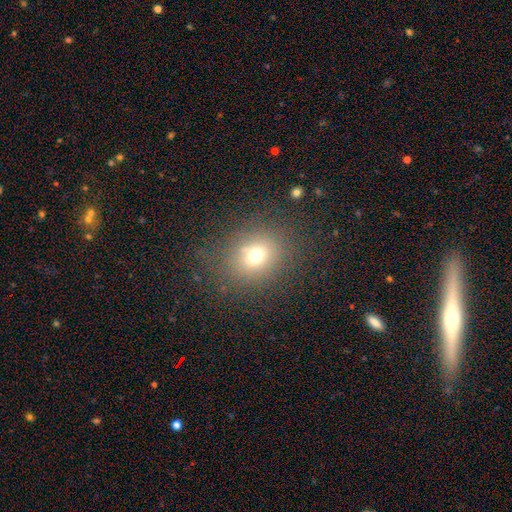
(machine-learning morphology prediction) Smooth or featured? Predicted: smooth (p=0.68). How rounded? Predicted: round (p=0.70). Merging? Predicted: none (p=0.77).